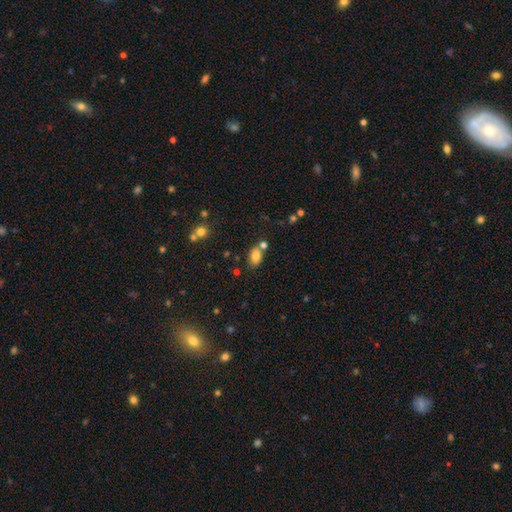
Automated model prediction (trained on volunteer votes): smooth-or-featured: smooth: 79% | star or artifact: 11% | featured or disk: 10%
  how-rounded: in between: 85% | round: 13% | cigar-shaped: 2%
  merging: none: 61% | merger: 21% | minor disturbance: 14% | major disturbance: 4%